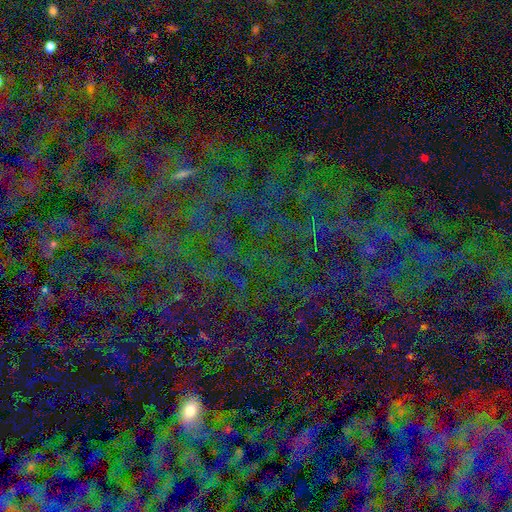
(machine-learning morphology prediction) smooth-or-featured: star or artifact: 74% | smooth: 16% | featured or disk: 10%